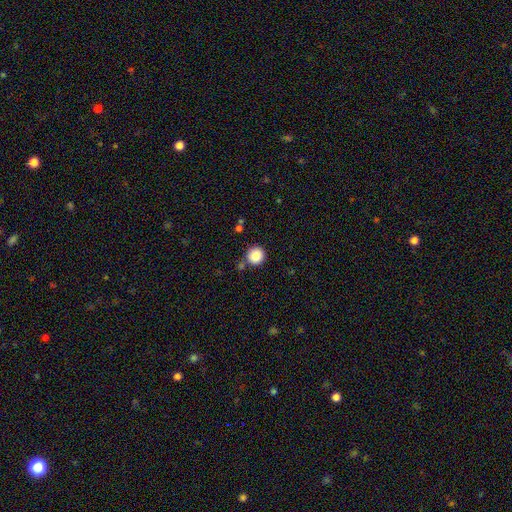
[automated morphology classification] The model was most divided on "merging": none: 82%, minor disturbance: 8%, merger: 7%, major disturbance: 3%. More confident: how rounded — round (95%); smooth or featured — smooth (86%).